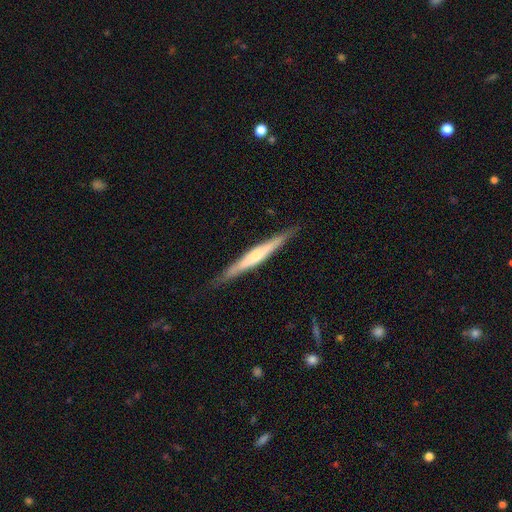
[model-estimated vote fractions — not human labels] Overall: featured or disk (65%; smooth 30%). Edge-on disk: yes (96%). Edge-on bulge: rounded (61%; none 27%). Merging: none (87%).